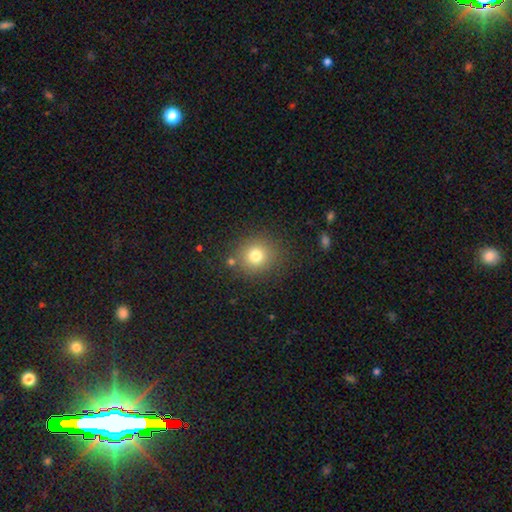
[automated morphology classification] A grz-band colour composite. It shows a smooth galaxy with no disk features (76%) that is round (86%). Merging: none (83%).